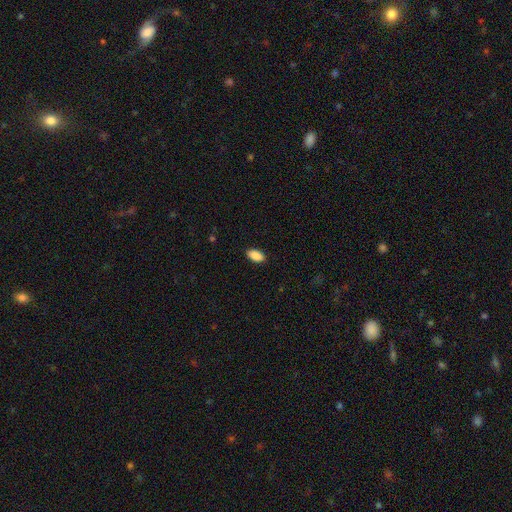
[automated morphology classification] smooth-or-featured: smooth: 89% | star or artifact: 7% | featured or disk: 4%
  how-rounded: in between: 94% | round: 3% | cigar-shaped: 3%
  merging: none: 88% | minor disturbance: 9% | major disturbance: 2% | merger: 1%